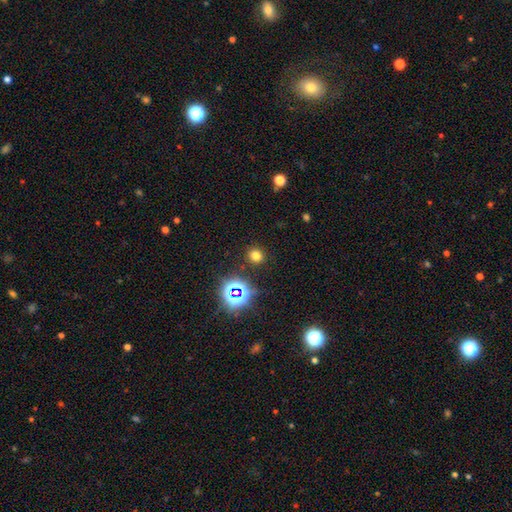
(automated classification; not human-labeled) A smooth galaxy with no disk features (69%) that is round (83%). Merging: none (88%).